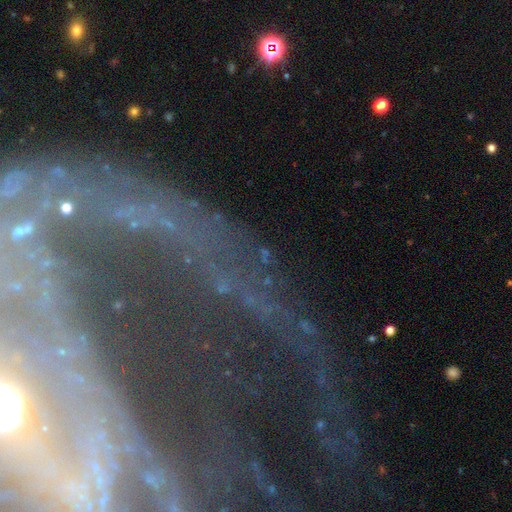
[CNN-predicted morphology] A featured or disk galaxy (61%) with no bar (38%), spiral arms (80%) and a small central bulge (42%). Merging: none (60%).